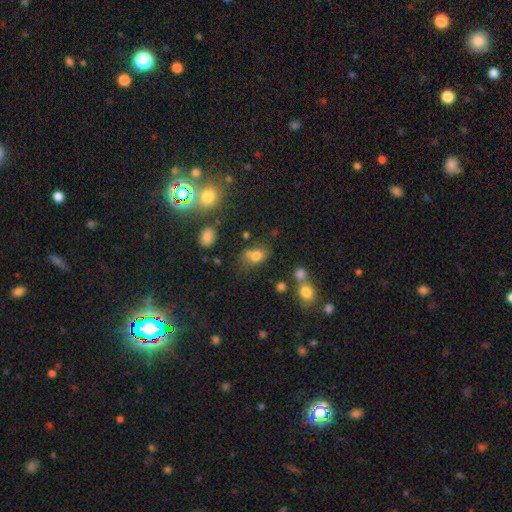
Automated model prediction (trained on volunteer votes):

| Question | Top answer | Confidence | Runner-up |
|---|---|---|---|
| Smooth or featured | smooth | 74% | star or artifact (15%) |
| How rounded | in between | 62% | round (37%) |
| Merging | none | 48% | merger (26%) |